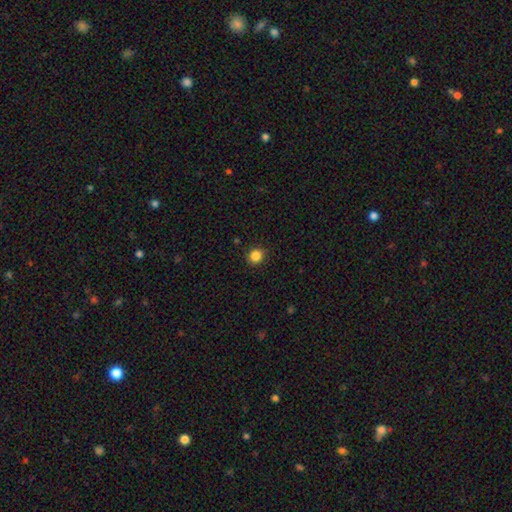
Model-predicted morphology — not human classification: smooth-or-featured: smooth: 86% | star or artifact: 11% | featured or disk: 3%
  how-rounded: round: 89% | in between: 10% | cigar-shaped: 1%
  merging: none: 90% | minor disturbance: 7% | major disturbance: 2% | merger: 1%